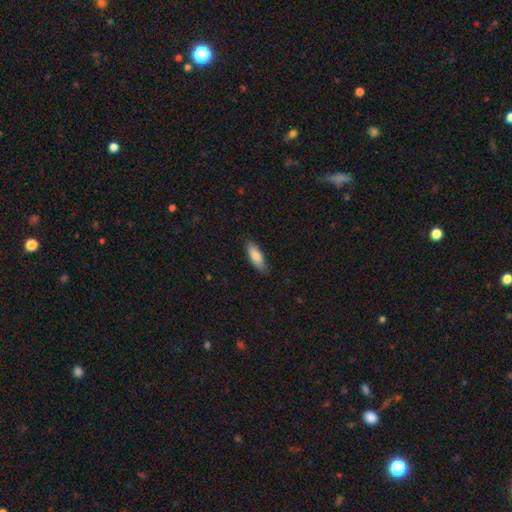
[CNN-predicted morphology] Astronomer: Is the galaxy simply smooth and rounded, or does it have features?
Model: smooth — 84%.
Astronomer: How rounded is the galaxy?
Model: in between — 58% (runner-up: cigar-shaped, 40%).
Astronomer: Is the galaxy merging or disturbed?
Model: none — 83%.